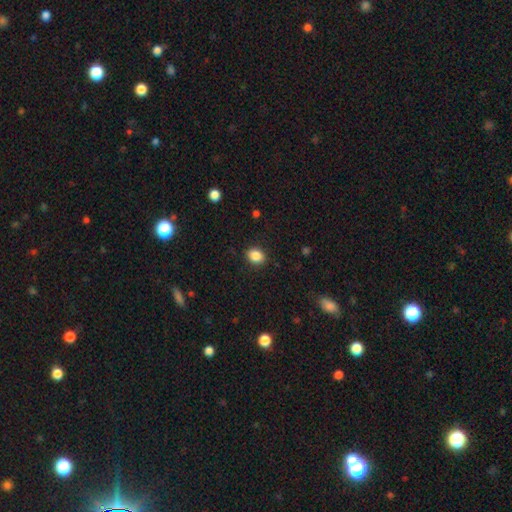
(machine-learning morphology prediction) Smooth or featured? smooth (87%)
How rounded? round (56%)
Merging? none (89%)